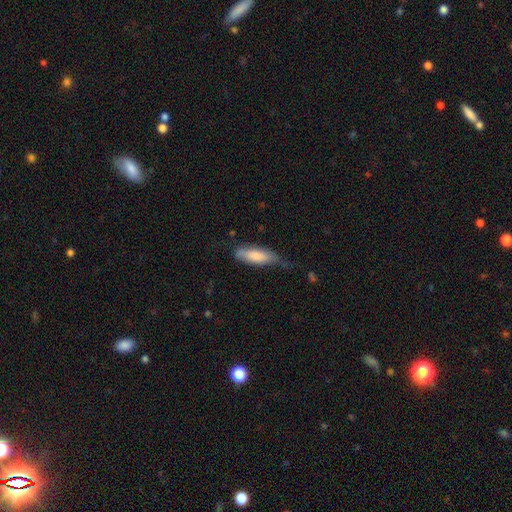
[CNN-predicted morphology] Smooth or featured? smooth (77%)
How rounded? in between (56%)
Merging? none (46%)